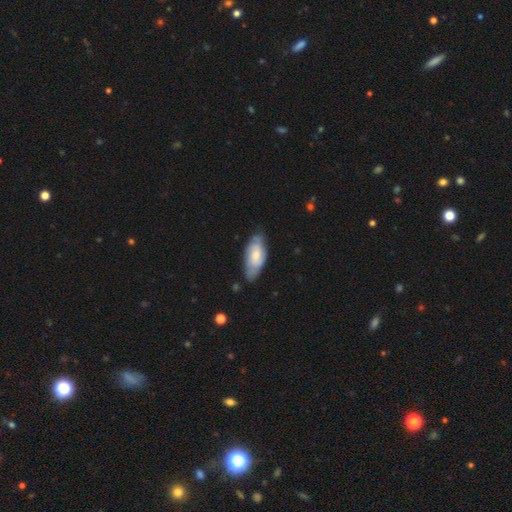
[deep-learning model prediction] This is possibly a featured or disk galaxy (48%). Merging: likely none (63%).